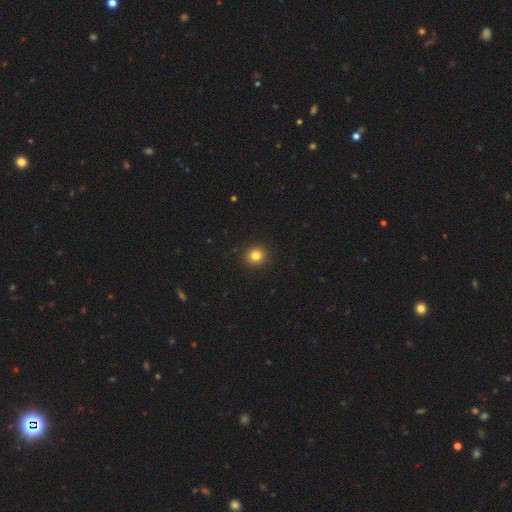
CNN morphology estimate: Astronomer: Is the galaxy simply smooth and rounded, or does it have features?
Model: smooth — 82%.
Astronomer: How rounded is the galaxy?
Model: round — 91%.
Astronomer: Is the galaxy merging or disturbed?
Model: none — 93%.